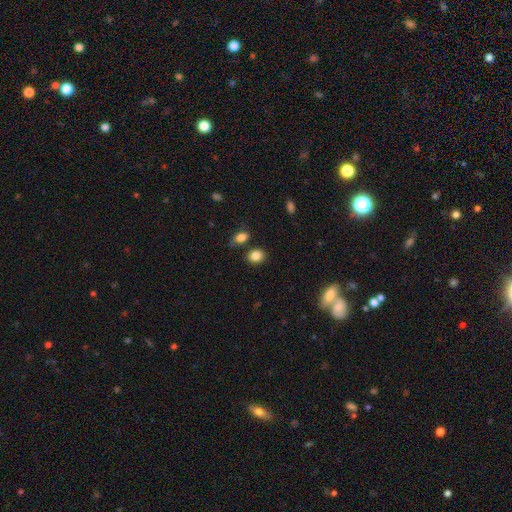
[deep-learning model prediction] Smooth or featured? smooth (85%)
How rounded? round (54%)
Merging? none (79%)